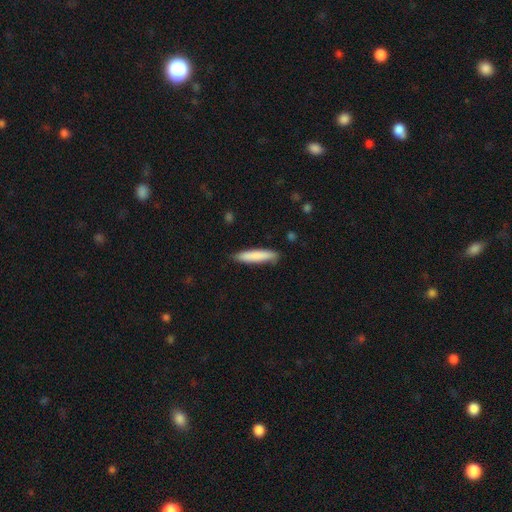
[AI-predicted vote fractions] Smooth or featured? smooth (82%)
How rounded? cigar-shaped (86%)
Merging? none (83%)